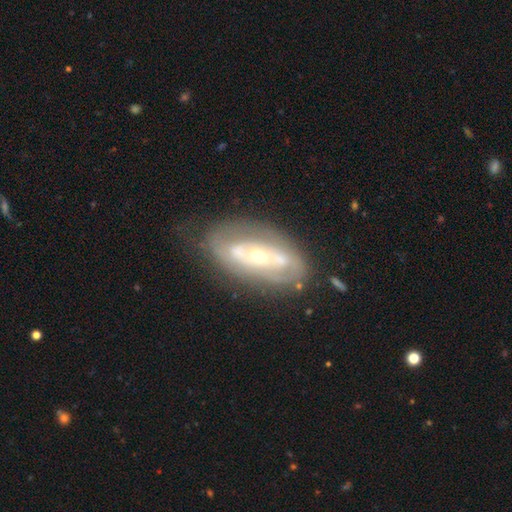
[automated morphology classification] featured or disk 75%, smooth 19%, star or artifact 6%. Down the decision tree: edge-on disk — no (90%); bar — no (57%); spiral arms — no (52%); bulge size — small (55%); merging — none (66%).